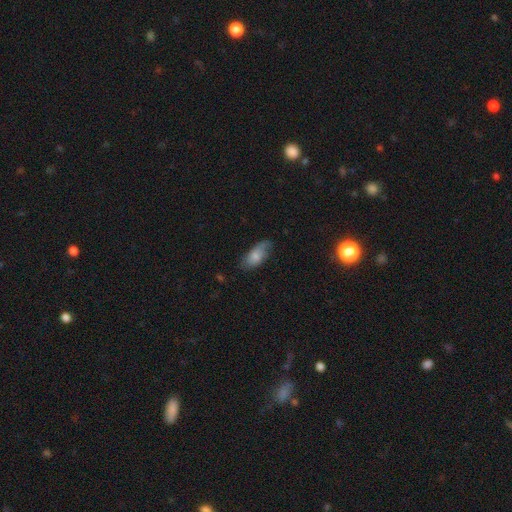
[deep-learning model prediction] smooth_or_featured: smooth (p=0.64) [alt: featured or disk p=0.29]
how_rounded: in between (p=0.88) [alt: cigar-shaped p=0.09]
merging: none (p=0.57) [alt: minor disturbance p=0.30]